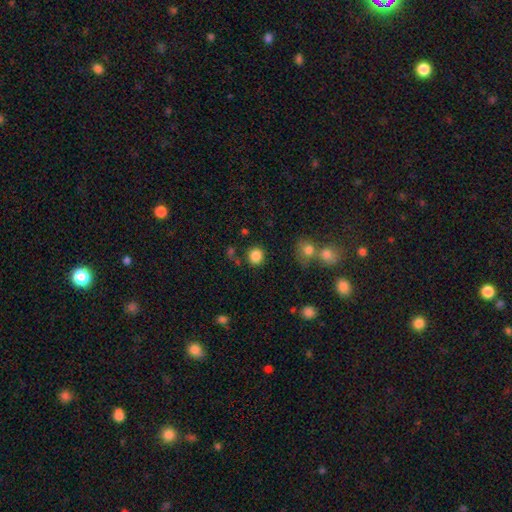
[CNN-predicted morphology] Overall: smooth (85%). How rounded: round (89%). Merging: none (82%).